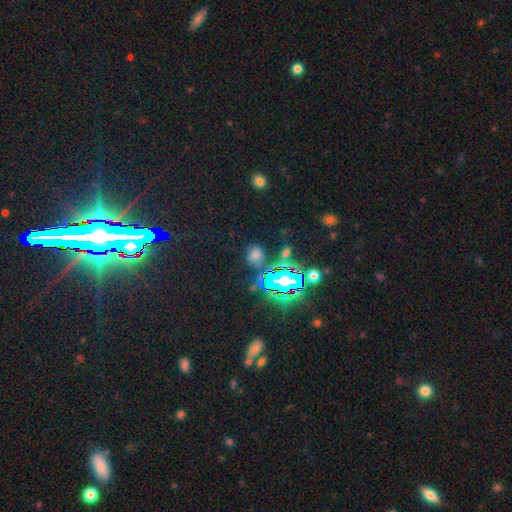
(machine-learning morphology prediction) smooth_or_featured: star or artifact (p=0.49) [alt: smooth p=0.41]